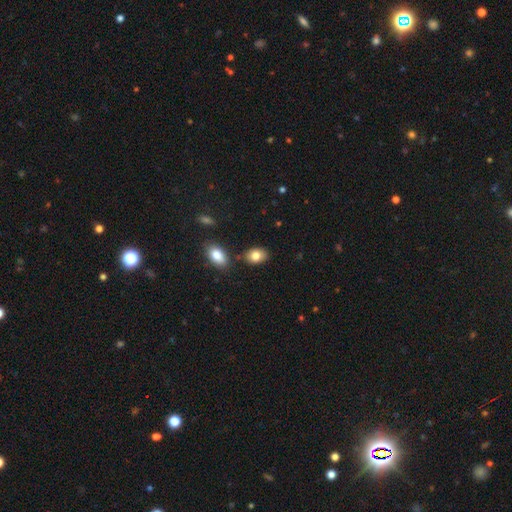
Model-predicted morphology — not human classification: Q: Smooth or featured?
A: smooth (82%); runner-up: featured or disk (10%)
Q: How rounded?
A: in between (85%); runner-up: round (14%)
Q: Merging?
A: none (78%); runner-up: minor disturbance (11%)